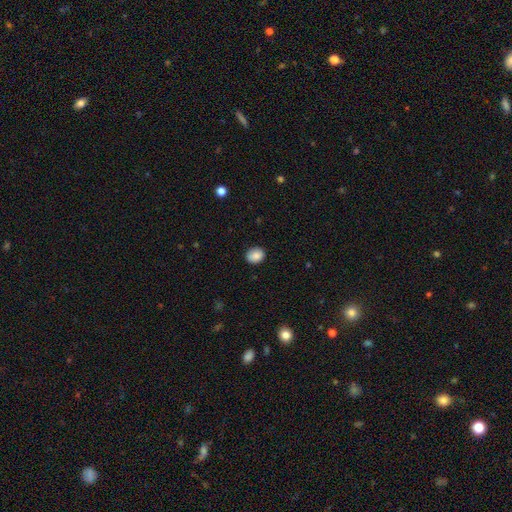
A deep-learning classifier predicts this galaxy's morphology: This is clearly a smooth galaxy (85%). How rounded: likely round (60%). Merging: clearly none (87%).